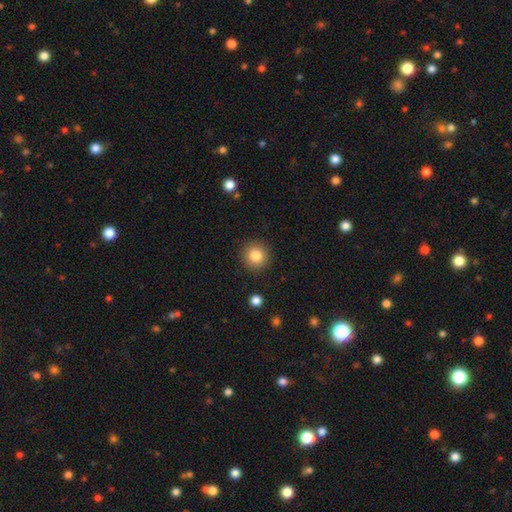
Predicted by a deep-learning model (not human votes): Morphology: type=smooth (82%); roundness=round (94%); merging=none (91%).